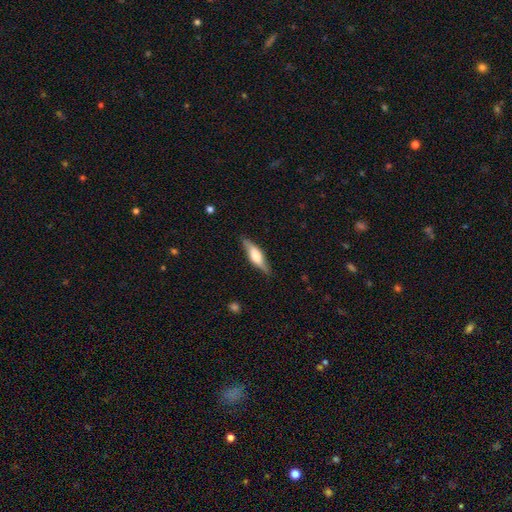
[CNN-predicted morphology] type=smooth (49%); merging=none (82%).